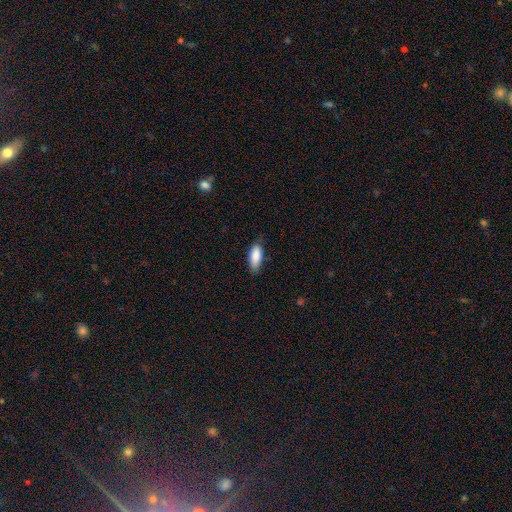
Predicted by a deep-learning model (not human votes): Smooth or featured? smooth (86%)
How rounded? in between (78%)
Merging? none (74%)